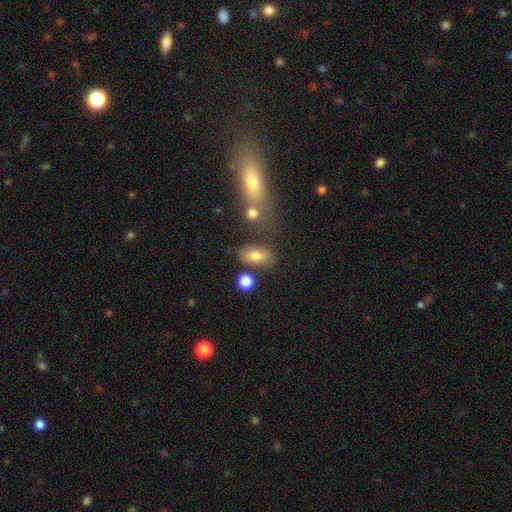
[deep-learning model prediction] A smooth galaxy with no disk features (76%) that is in between round and cigar-shaped (85%).

Vote fractions:
- Smooth or featured? smooth: 76% / featured or disk: 13% / star or artifact: 11%
- How rounded? in between: 85% / round: 11% / cigar-shaped: 5%
- Merging? none: 70% / minor disturbance: 14% / merger: 10% / major disturbance: 5%